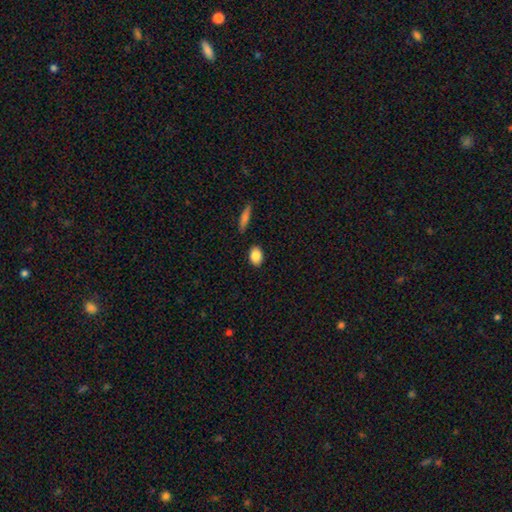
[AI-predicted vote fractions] smooth-or-featured: smooth: 86% | star or artifact: 7% | featured or disk: 6%
  how-rounded: in between: 76% | round: 21% | cigar-shaped: 2%
  merging: none: 87% | minor disturbance: 9% | merger: 2% | major disturbance: 2%